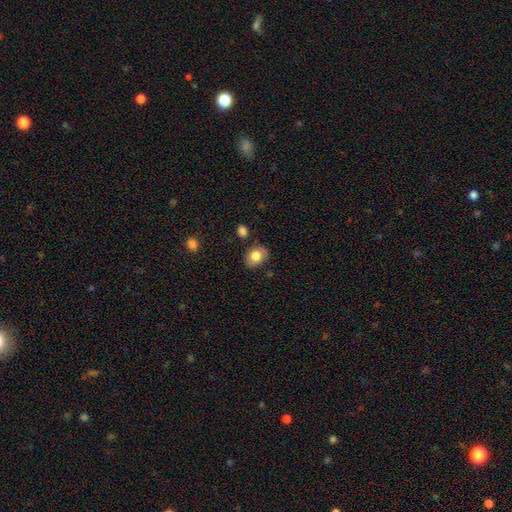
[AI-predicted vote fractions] Smooth or featured: smooth — 81% (featured or disk — 11%)
How rounded: in between — 71% (round — 28%)
Merging: none — 79% (minor disturbance — 14%)